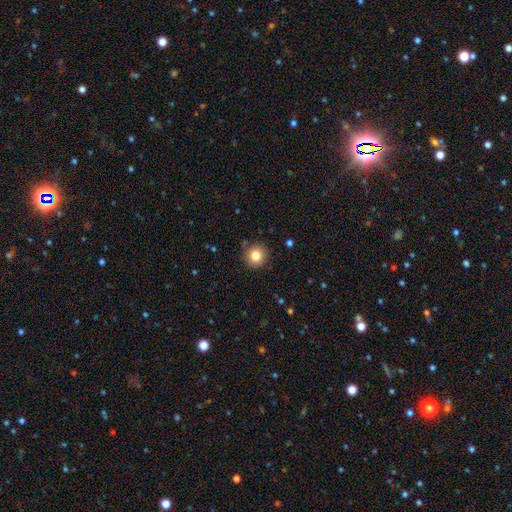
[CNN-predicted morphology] smooth-or-featured: smooth: 82% | star or artifact: 11% | featured or disk: 7%
  how-rounded: round: 92% | in between: 7% | cigar-shaped: 1%
  merging: none: 88% | minor disturbance: 8% | major disturbance: 2% | merger: 2%